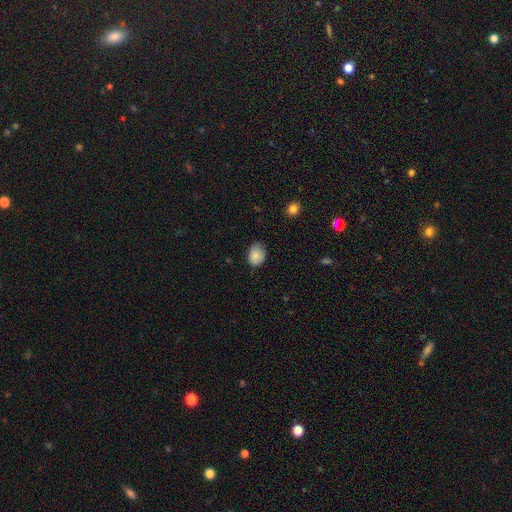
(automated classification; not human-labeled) This is clearly a smooth galaxy (85%). How rounded: possibly in between (56%). Merging: likely none (66%).